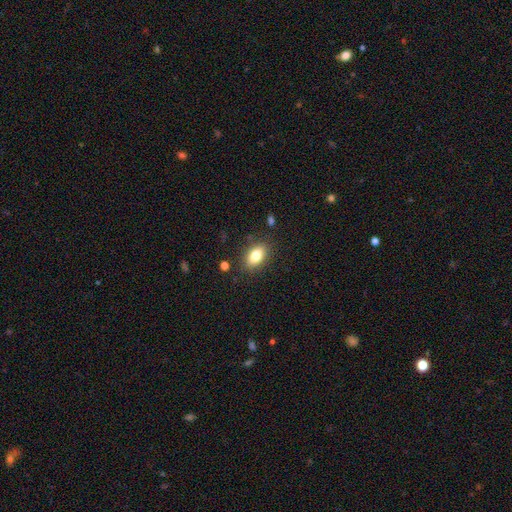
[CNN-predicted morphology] This is clearly a smooth galaxy (80%). How rounded: clearly in between (88%). Merging: clearly none (85%).